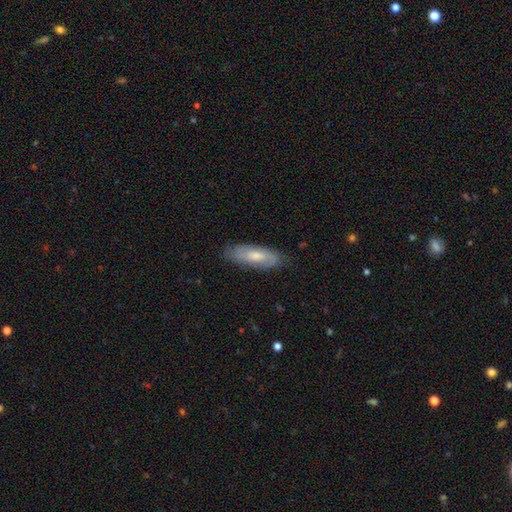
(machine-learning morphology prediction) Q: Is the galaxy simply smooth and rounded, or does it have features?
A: smooth — 51%.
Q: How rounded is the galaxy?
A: in between — 59%.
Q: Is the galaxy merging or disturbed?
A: none — 77%.